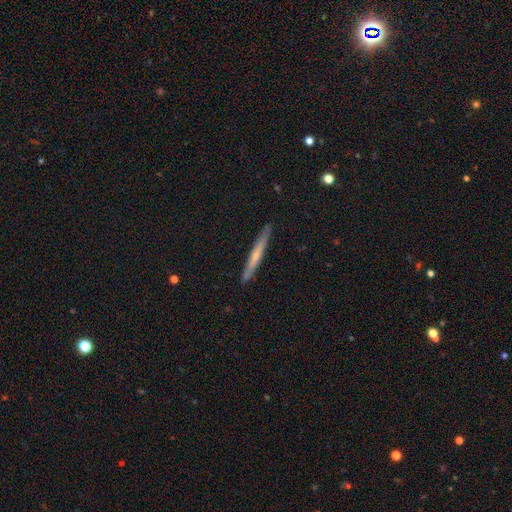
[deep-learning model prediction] Morphology: type=featured or disk (49%); merging=none (90%).